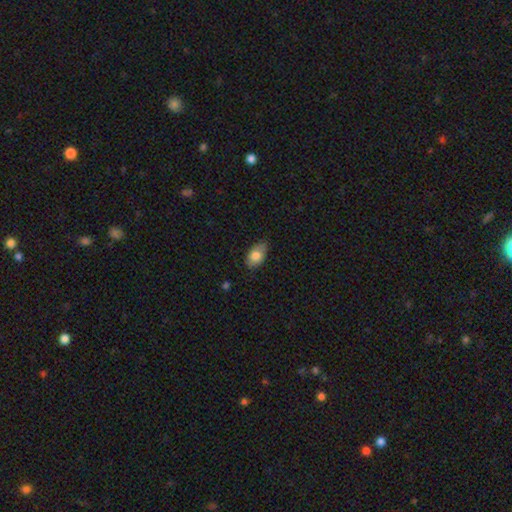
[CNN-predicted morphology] This appears to be a smooth galaxy with no disk features (79%) that is in between round and cigar-shaped (89%). Merging: none (71%).